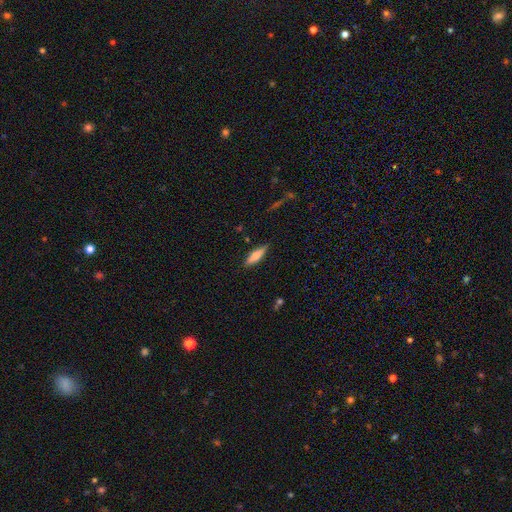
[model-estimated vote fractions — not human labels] Overall: smooth (65%; featured or disk 28%). How rounded: cigar-shaped (62%; in between 36%). Merging: none (84%).